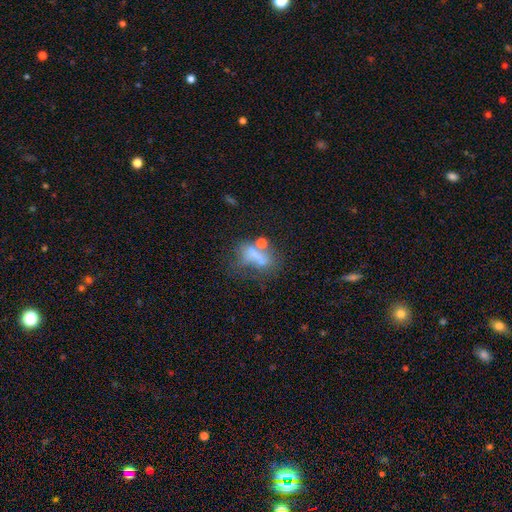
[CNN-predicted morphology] Smooth or featured: smooth — 51% (featured or disk — 32%)
How rounded: in between — 69% (round — 17%)
Merging: major disturbance — 30% (merger — 27%)